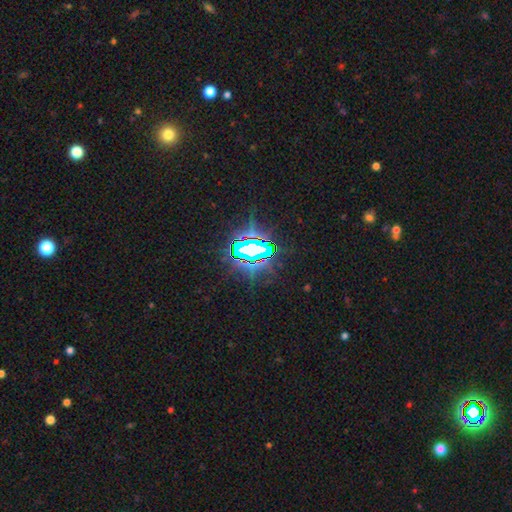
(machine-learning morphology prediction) This appears to be a star or artifact, not a galaxy (77%).